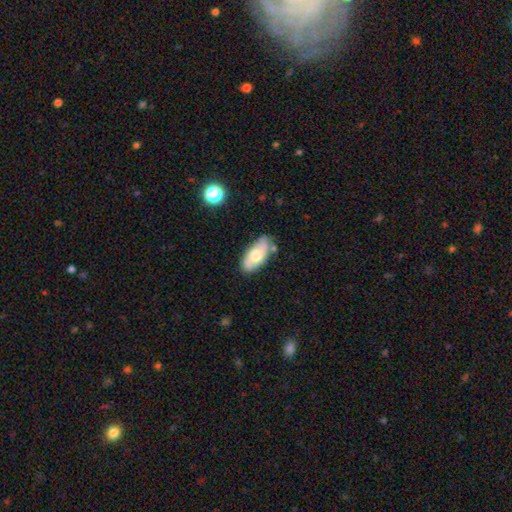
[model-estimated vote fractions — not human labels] Overall: smooth (54%; featured or disk 40%). How rounded: in between (88%). Merging: none (72%).